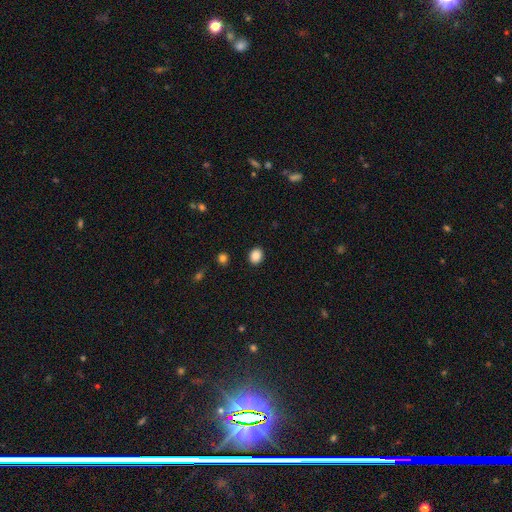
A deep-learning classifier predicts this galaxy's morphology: Smooth or featured? smooth (87%)
How rounded? round (60%)
Merging? none (90%)